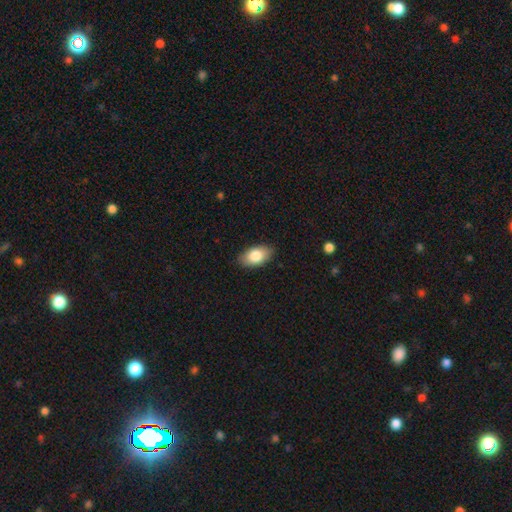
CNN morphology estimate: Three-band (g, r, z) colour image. It shows a smooth galaxy with no disk features (83%) that is in between round and cigar-shaped (93%). Merging: none (87%).